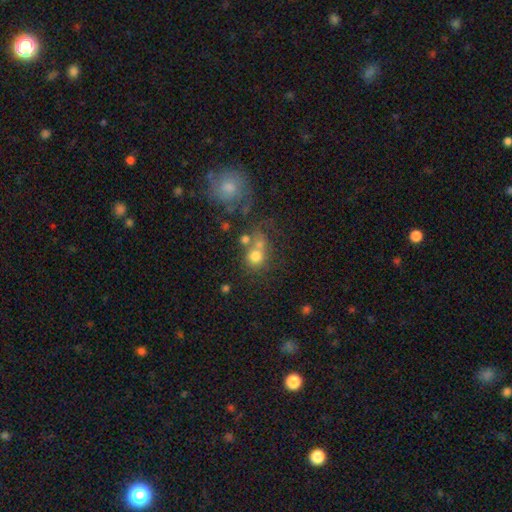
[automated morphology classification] This appears to be a smooth galaxy with no disk features (70%) that is round (81%). Merging: none (41%).